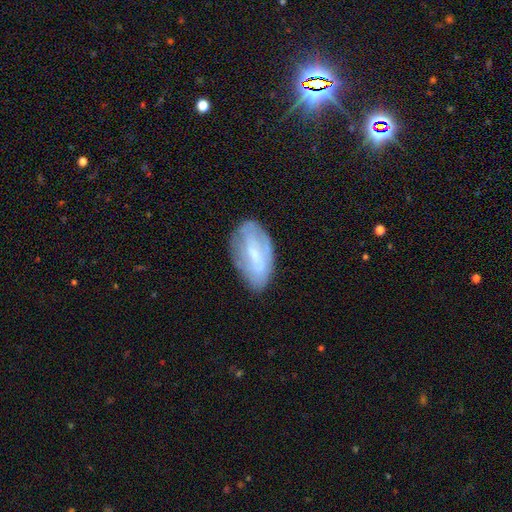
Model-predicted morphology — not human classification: The model was most divided on "smooth or featured": featured or disk: 50%, smooth: 42%, star or artifact: 8%. More confident: edge-on disk — no (91%); merging — none (67%).